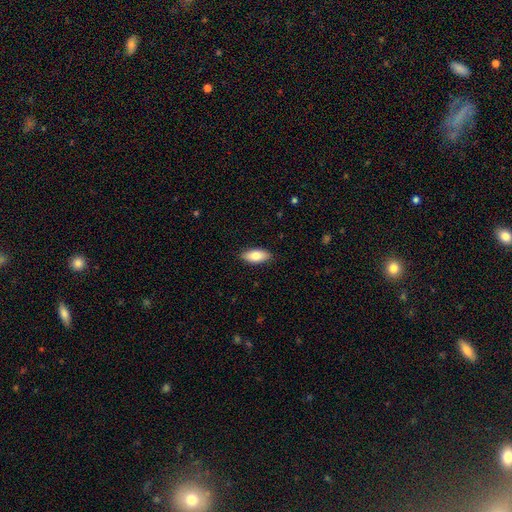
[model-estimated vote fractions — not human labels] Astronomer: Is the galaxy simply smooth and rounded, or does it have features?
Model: smooth — 82%.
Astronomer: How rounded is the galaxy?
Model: in between — 87%.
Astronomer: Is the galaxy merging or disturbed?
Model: none — 88%.